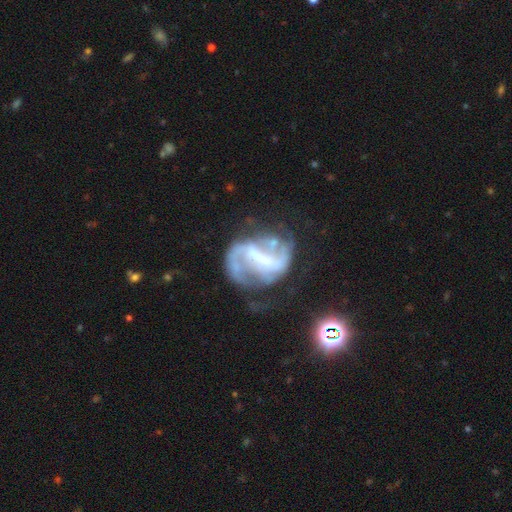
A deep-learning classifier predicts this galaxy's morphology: The model was most divided on "spiral winding": medium: 42%, loose: 41%, tight: 17%. Remaining: edge-on disk — no (97%); spiral arms — yes (85%); smooth or featured — featured or disk (82%); spiral arm count — 2 (78%); bar — strong (60%); merging — none (48%); bulge size — none (38%).